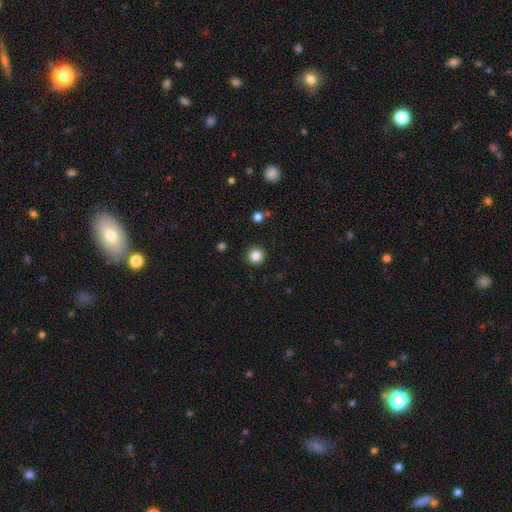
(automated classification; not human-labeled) The model was most divided on "smooth or featured": smooth: 85%, star or artifact: 11%, featured or disk: 4%. More confident: how rounded — round (95%); merging — none (92%).